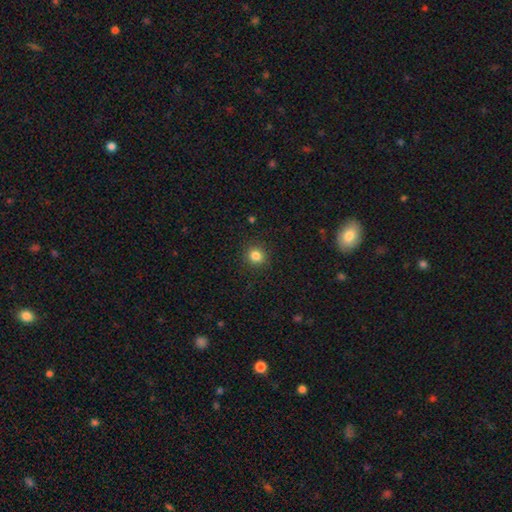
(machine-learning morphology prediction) type=smooth (83%); roundness=round (85%); merging=none (91%).